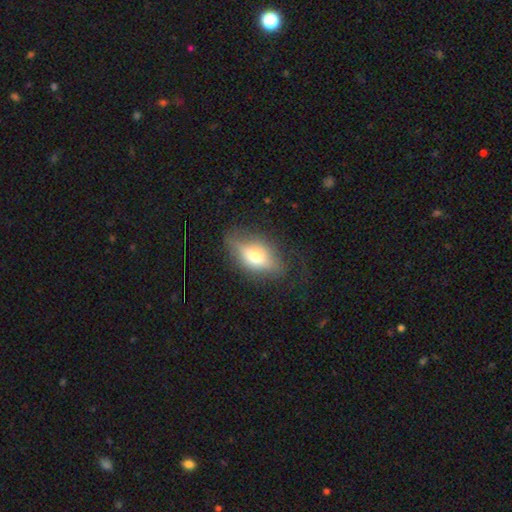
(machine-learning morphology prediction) smooth_or_featured: smooth (p=0.56) [alt: featured or disk p=0.35]
how_rounded: in between (p=0.81) [alt: cigar-shaped p=0.11]
merging: none (p=0.60) [alt: minor disturbance p=0.24]